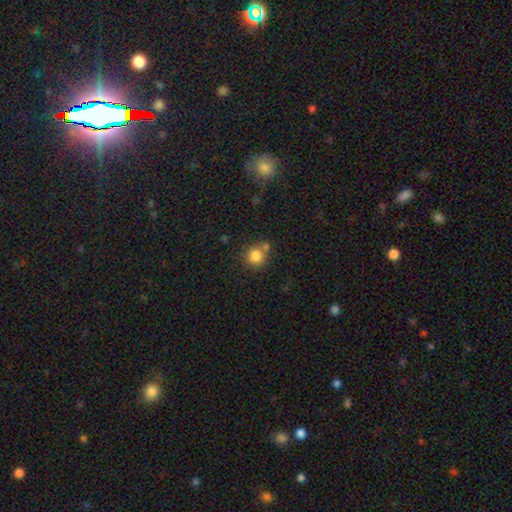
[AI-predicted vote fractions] smooth 82%, star or artifact 11%, featured or disk 7%. Down the decision tree: how rounded — round (91%); merging — none (65%).